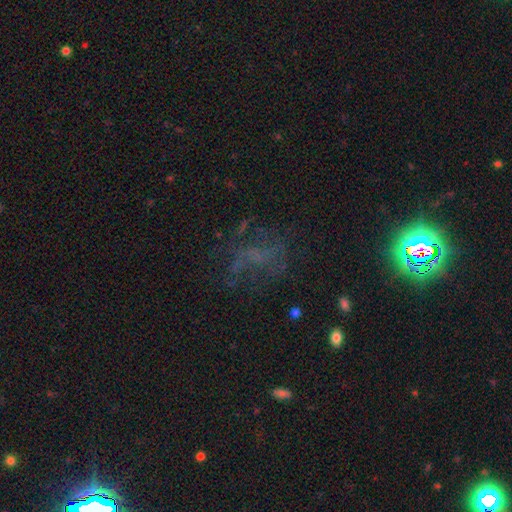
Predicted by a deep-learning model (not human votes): Morphology: type=star or artifact (44%).